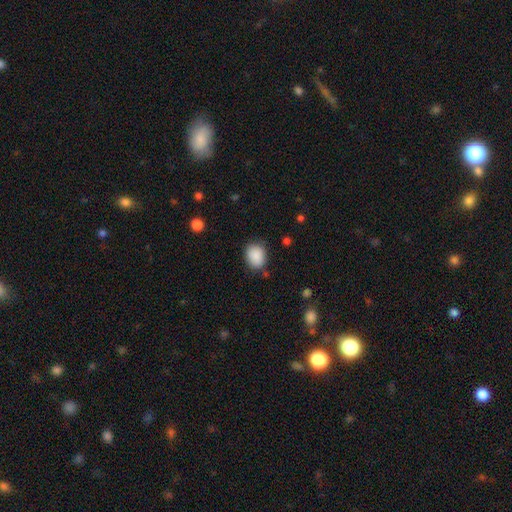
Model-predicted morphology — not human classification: smooth 89%, star or artifact 8%, featured or disk 4%. Down the decision tree: how rounded — in between (51%); merging — none (78%).